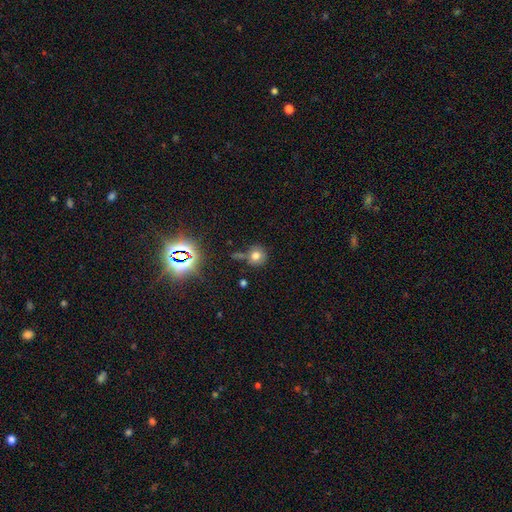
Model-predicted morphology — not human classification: Q: Smooth or featured?
A: smooth (71%); runner-up: star or artifact (18%)
Q: How rounded?
A: round (88%); runner-up: in between (11%)
Q: Merging?
A: none (65%); runner-up: minor disturbance (16%)